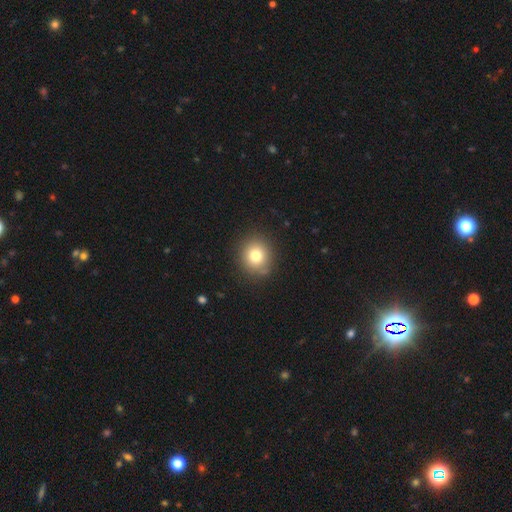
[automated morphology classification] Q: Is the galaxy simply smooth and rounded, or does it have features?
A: smooth — 77%.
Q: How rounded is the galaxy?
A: round — 87%.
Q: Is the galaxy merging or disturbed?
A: none — 86%.